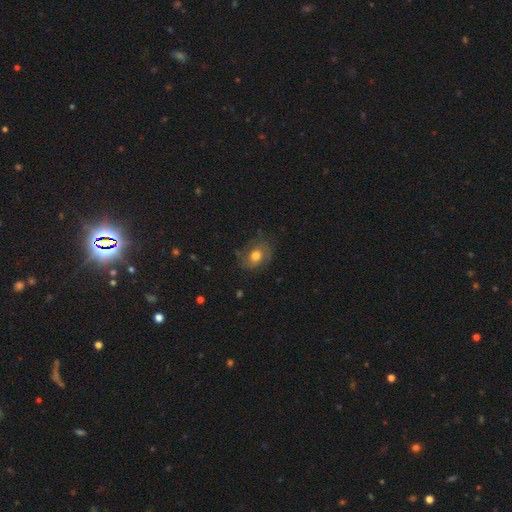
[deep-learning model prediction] Smooth or featured? smooth (57%)
How rounded? in between (58%)
Merging? none (66%)